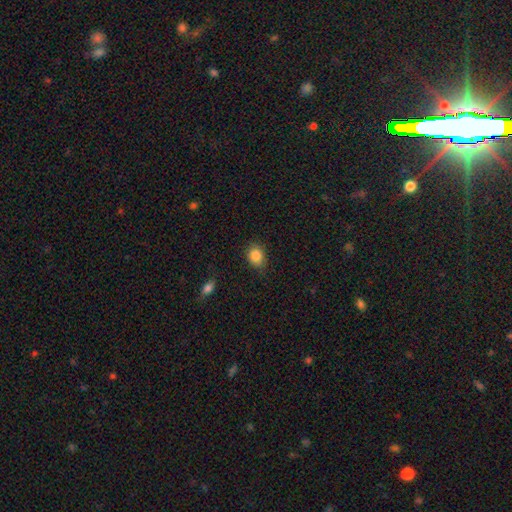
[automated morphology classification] Overall: smooth (86%). How rounded: in between (54%; round 45%). Merging: none (80%).